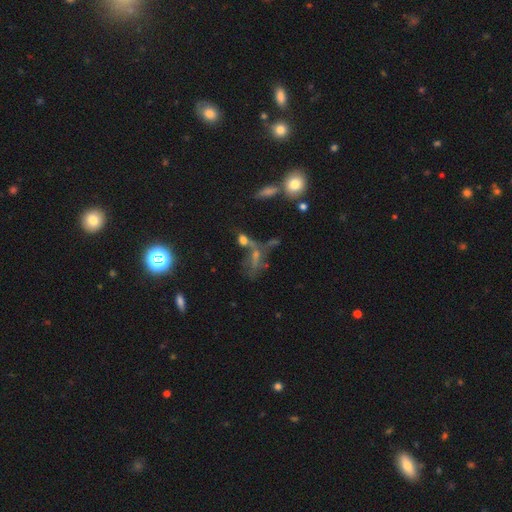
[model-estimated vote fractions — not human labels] Morphology: type=featured or disk (36%); merging=none (37%).